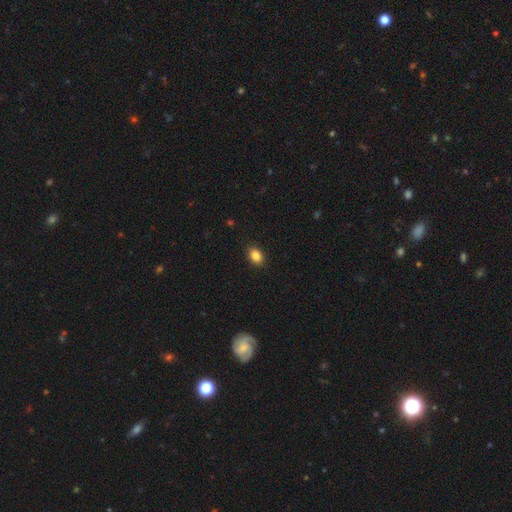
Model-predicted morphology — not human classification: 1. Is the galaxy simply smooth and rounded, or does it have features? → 86% smooth, 9% star or artifact, 5% featured or disk.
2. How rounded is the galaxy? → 80% in between, 19% round, 1% cigar-shaped.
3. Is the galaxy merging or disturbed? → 88% none, 9% minor disturbance, 2% major disturbance, 1% merger.